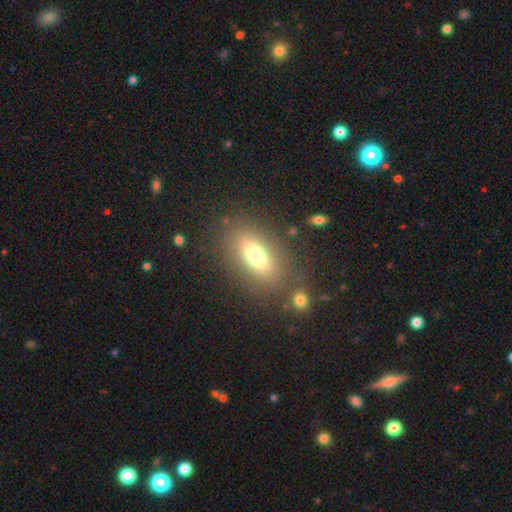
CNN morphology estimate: smooth-or-featured: smooth: 72% | featured or disk: 17% | star or artifact: 11%
  how-rounded: in between: 81% | cigar-shaped: 12% | round: 8%
  merging: none: 79% | minor disturbance: 10% | major disturbance: 5% | merger: 5%